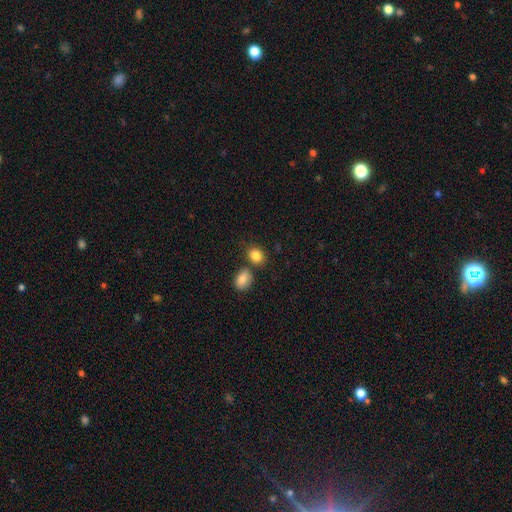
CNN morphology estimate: type=smooth (85%); roundness=in between (50%); merging=none (66%).